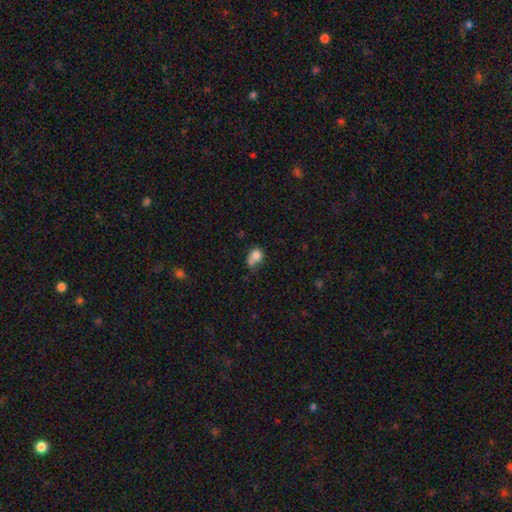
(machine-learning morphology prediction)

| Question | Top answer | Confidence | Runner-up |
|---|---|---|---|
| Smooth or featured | smooth | 77% | featured or disk (12%) |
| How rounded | round | 55% | in between (44%) |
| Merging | none | 32% | merger (28%) |